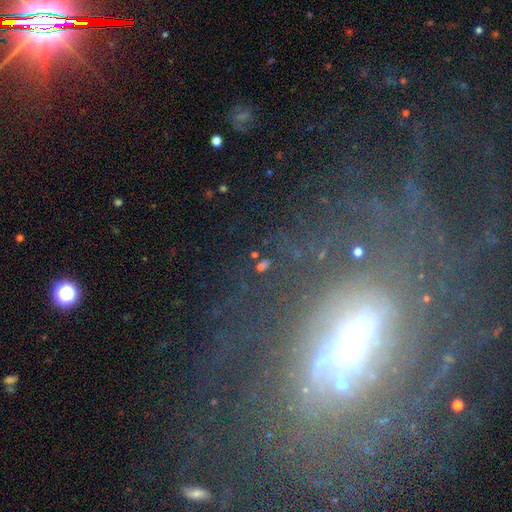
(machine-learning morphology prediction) Smooth or featured? star or artifact (55%)